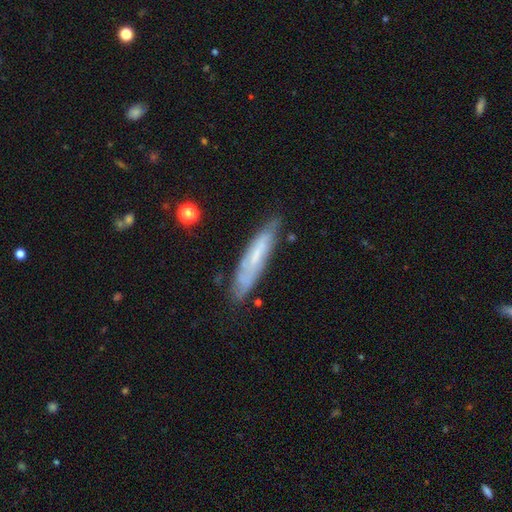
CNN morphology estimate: This is possibly a featured or disk galaxy (49%). Merging: likely none (72%).